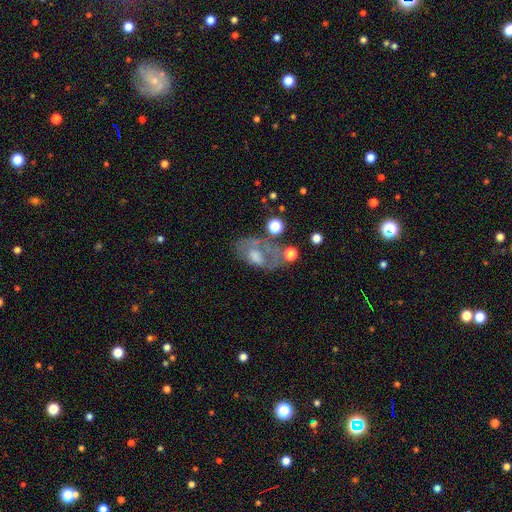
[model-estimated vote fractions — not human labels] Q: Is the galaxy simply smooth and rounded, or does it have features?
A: featured or disk — 52%.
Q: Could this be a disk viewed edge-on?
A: no — 93%.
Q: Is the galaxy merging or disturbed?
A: none — 36%.